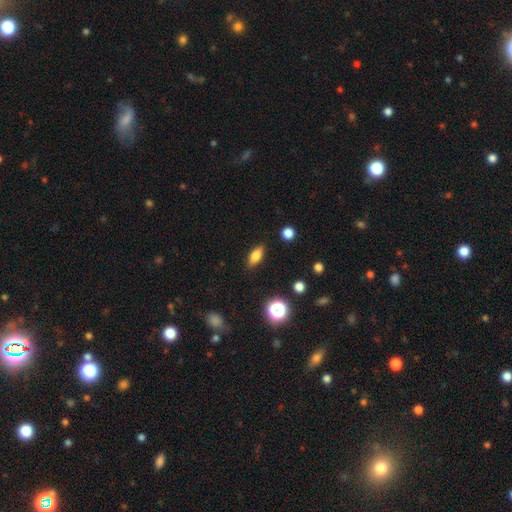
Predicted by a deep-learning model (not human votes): Smooth or featured: smooth — 73% (featured or disk — 17%)
How rounded: in between — 72% (cigar-shaped — 22%)
Merging: none — 87% (minor disturbance — 9%)